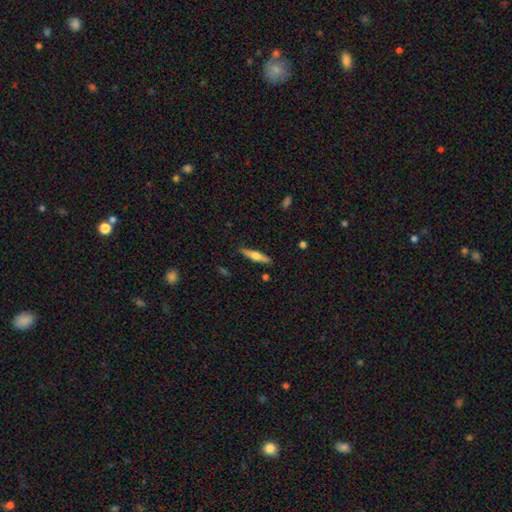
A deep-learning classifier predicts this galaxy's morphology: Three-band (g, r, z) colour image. It shows a featured or disk galaxy (49%). Merging: none (89%).